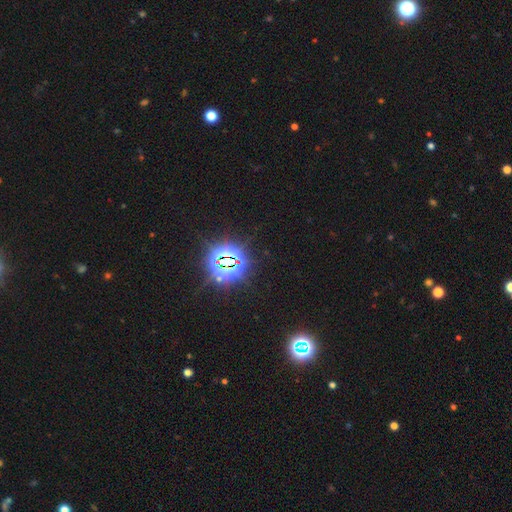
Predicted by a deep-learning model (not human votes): A star or artifact, not a galaxy (85%).